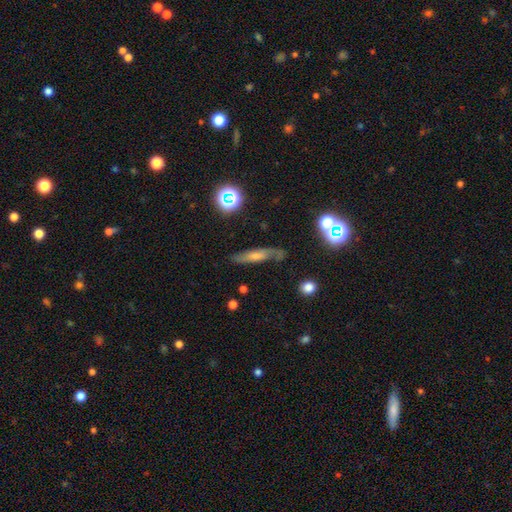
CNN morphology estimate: Smooth or featured? Predicted: featured or disk (p=0.47). Merging? Predicted: none (p=0.68).